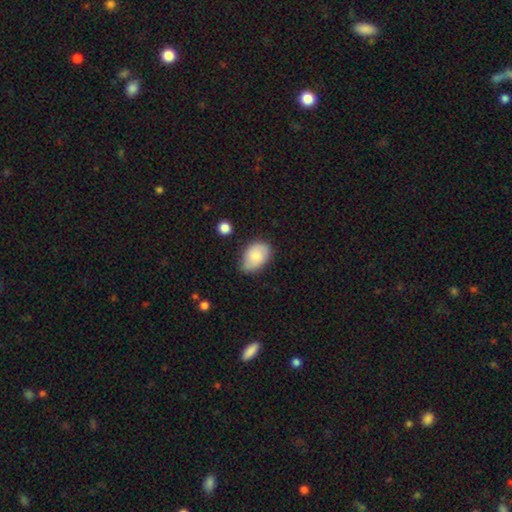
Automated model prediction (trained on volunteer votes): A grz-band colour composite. It shows a smooth galaxy with no disk features (70%) that is in between round and cigar-shaped (85%). Merging: none (62%).